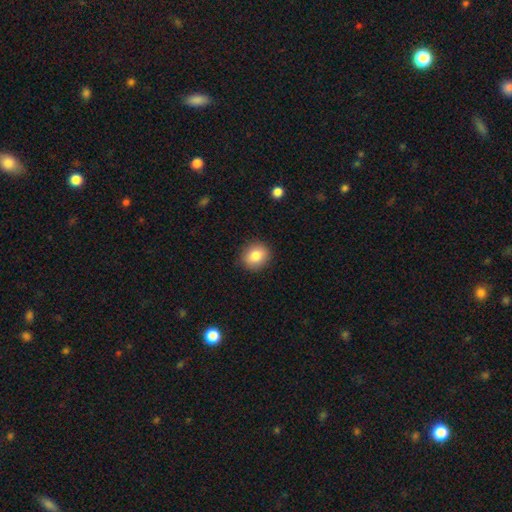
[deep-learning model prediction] This is clearly a smooth galaxy (83%). How rounded: likely round (77%). Merging: clearly none (90%).